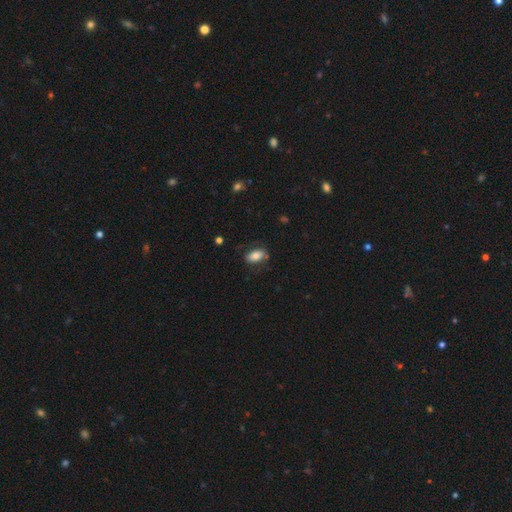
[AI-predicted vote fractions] A smooth galaxy with no disk features (75%) that is in between round and cigar-shaped (91%). Merging: none (72%).